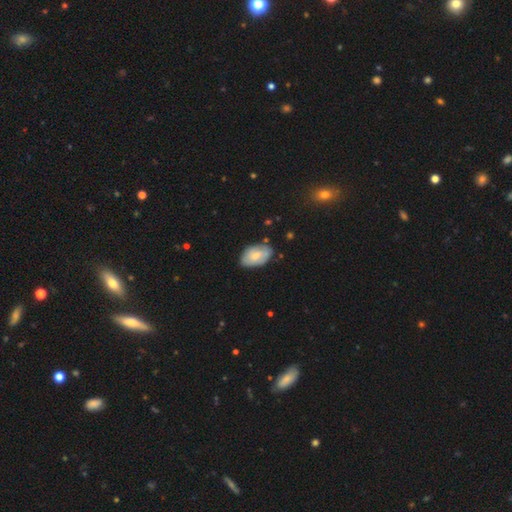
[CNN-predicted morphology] smooth 69%, featured or disk 25%, star or artifact 6%. Down the decision tree: how rounded — in between (93%); merging — none (72%).